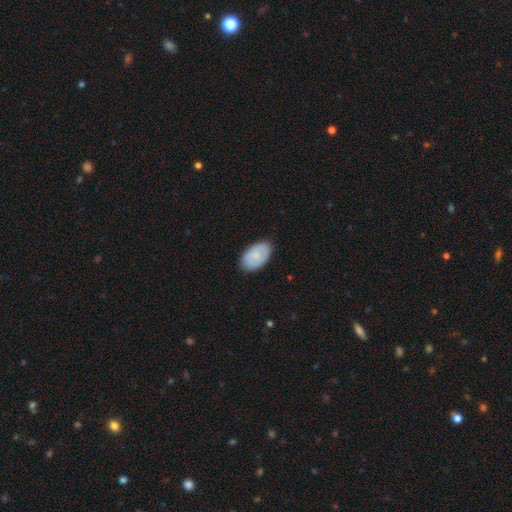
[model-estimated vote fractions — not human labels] Smooth or featured? Predicted: smooth (p=0.76). How rounded? Predicted: in between (p=0.93). Merging? Predicted: none (p=0.84).